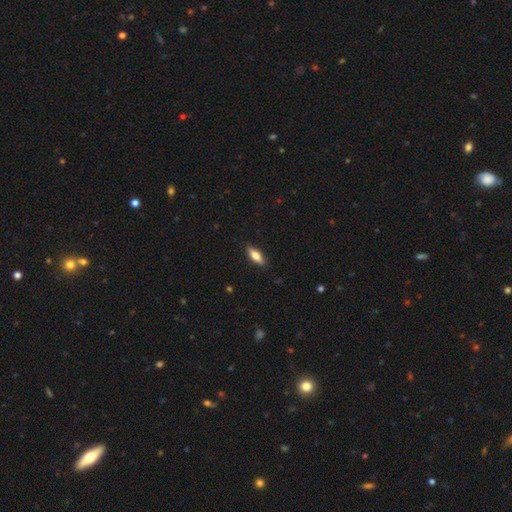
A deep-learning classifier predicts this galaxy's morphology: Q: Smooth or featured?
A: smooth (64%); runner-up: featured or disk (30%)
Q: How rounded?
A: in between (61%); runner-up: cigar-shaped (37%)
Q: Merging?
A: none (87%); runner-up: minor disturbance (10%)